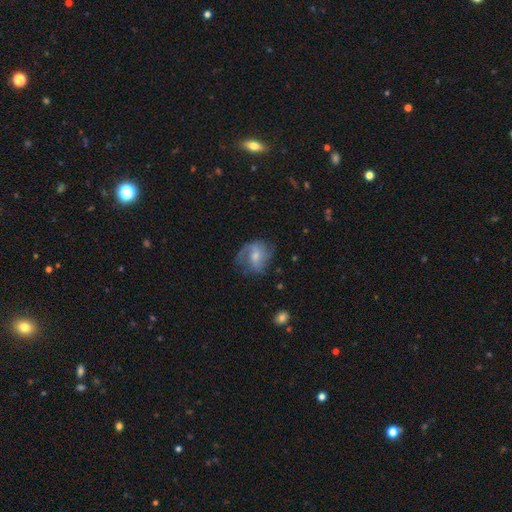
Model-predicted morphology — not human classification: Q: Smooth or featured?
A: featured or disk (63%); runner-up: smooth (29%)
Q: Edge-on disk?
A: no (97%); runner-up: yes (3%)
Q: Bar?
A: no (45%); runner-up: weak (44%)
Q: Spiral arms?
A: yes (84%); runner-up: no (16%)
Q: Spiral winding?
A: medium (42%); runner-up: loose (38%)
Q: Spiral arm count?
A: 2 (44%); runner-up: can't tell (24%)
Q: Bulge size?
A: small (49%); runner-up: moderate (43%)
Q: Merging?
A: none (58%); runner-up: minor disturbance (24%)